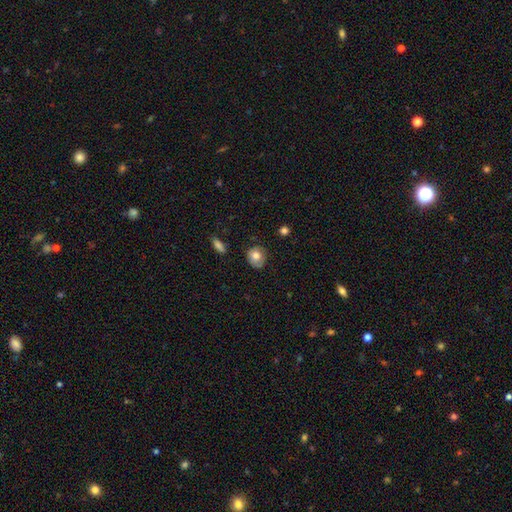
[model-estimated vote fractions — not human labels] Overall: smooth (77%). How rounded: round (72%). Merging: none (73%).